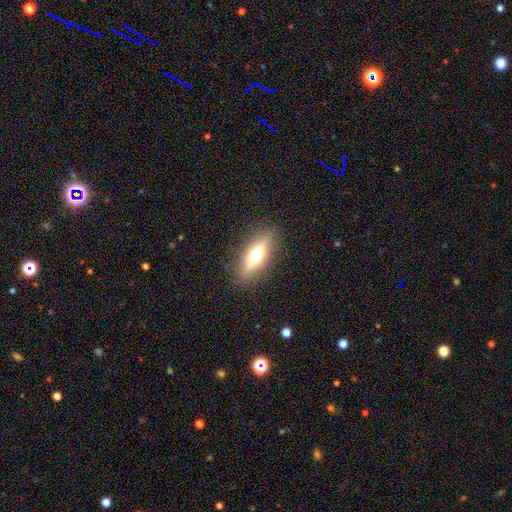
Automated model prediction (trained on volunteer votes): featured or disk 46%, smooth 45%, star or artifact 9%. Down the decision tree: merging — none (87%).